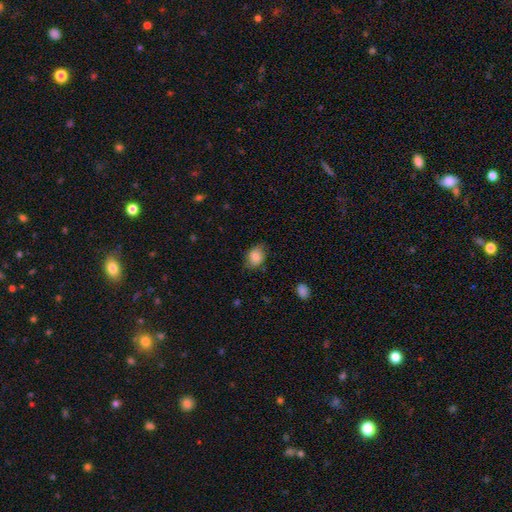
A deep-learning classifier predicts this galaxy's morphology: A smooth galaxy with no disk features (84%) that is in between round and cigar-shaped (63%).

Vote fractions:
- Smooth or featured? smooth: 84% / featured or disk: 8% / star or artifact: 8%
- How rounded? in between: 63% / round: 36% / cigar-shaped: 1%
- Merging? none: 72% / minor disturbance: 22% / major disturbance: 5% / merger: 1%